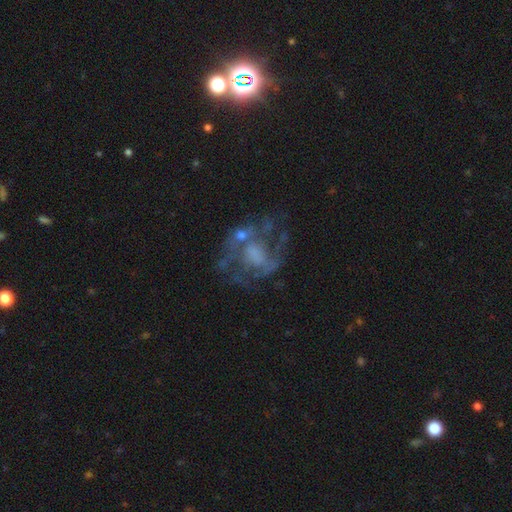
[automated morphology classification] Overall: featured or disk (68%). Edge-on disk: no (98%). Bar: no (69%). Spiral arms: yes (56%; no 44%). Bulge size: none (36%; moderate 28%). Merging: none (38%; major disturbance 34%).